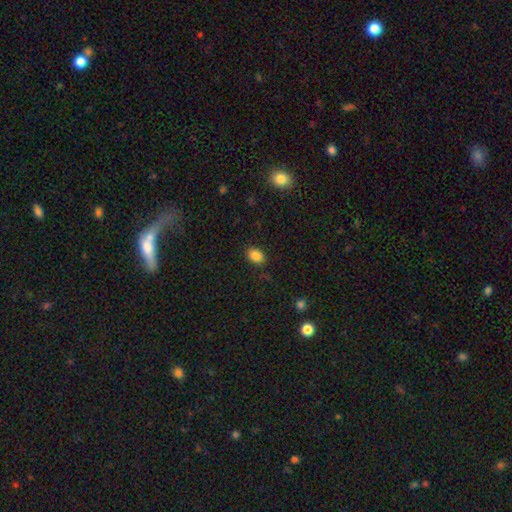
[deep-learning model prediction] smooth 85%, star or artifact 10%, featured or disk 6%. Down the decision tree: how rounded — in between (81%); merging — none (85%).